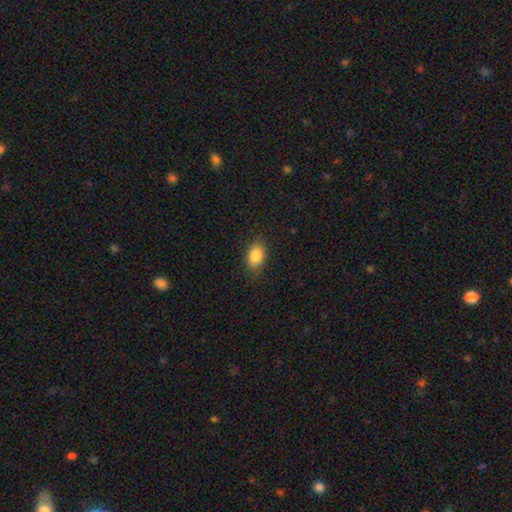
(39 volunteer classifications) A smooth galaxy with no disk features (95%) that is in between round and cigar-shaped (81%). Merging: none (79%).